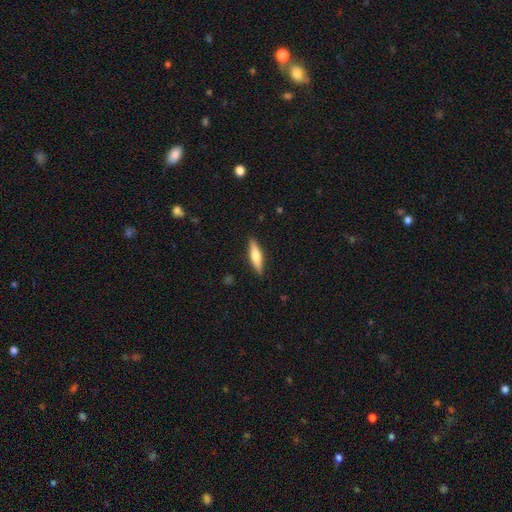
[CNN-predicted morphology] Smooth or featured? smooth (58%)
How rounded? cigar-shaped (74%)
Merging? none (89%)